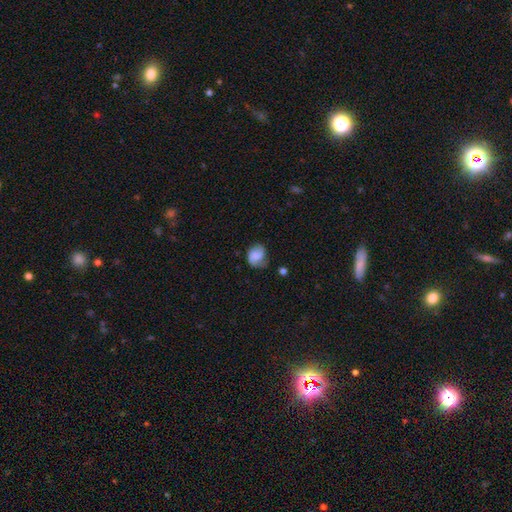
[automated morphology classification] Overall: smooth (57%; featured or disk 34%). How rounded: round (56%; in between 43%). Merging: none (47%; minor disturbance 32%).